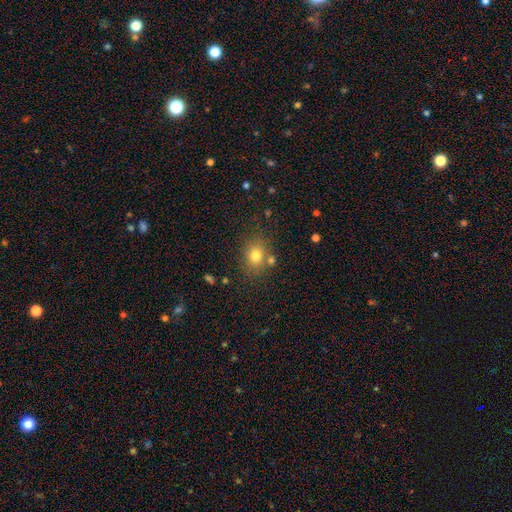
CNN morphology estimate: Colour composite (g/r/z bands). It shows a smooth galaxy with no disk features (77%) that is round (53%). Merging: none (75%).